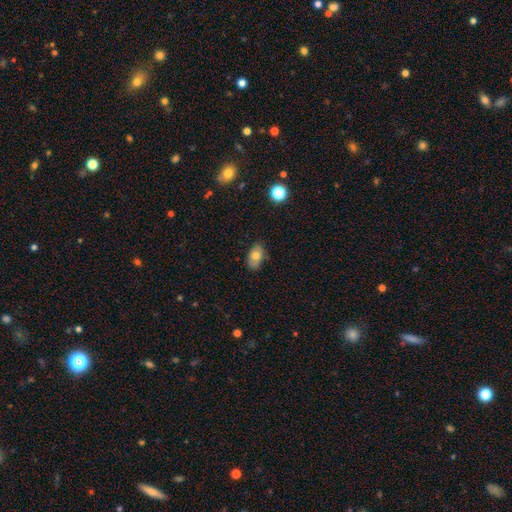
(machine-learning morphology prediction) Smooth or featured? smooth (73%)
How rounded? in between (89%)
Merging? none (80%)